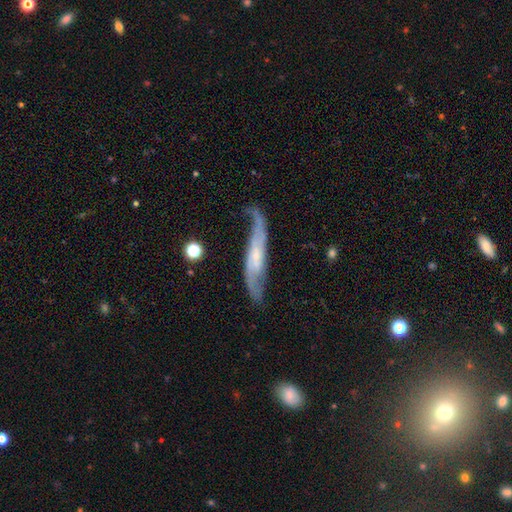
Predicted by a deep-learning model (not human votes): featured or disk 79%, smooth 15%, star or artifact 6%. Down the decision tree: edge-on disk — no (73%); bar — no (50%); spiral arms — yes (94%); spiral arm count — 2 (87%); spiral winding — loose (56%); bulge size — small (67%); merging — none (64%).